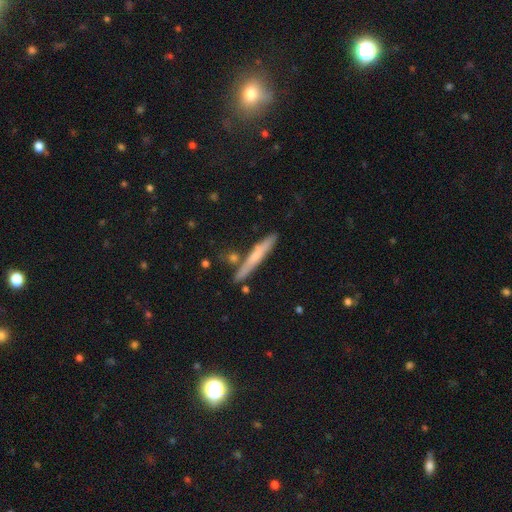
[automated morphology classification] This is possibly a smooth galaxy (52%). How rounded: clearly cigar-shaped (95%). Merging: clearly none (81%).